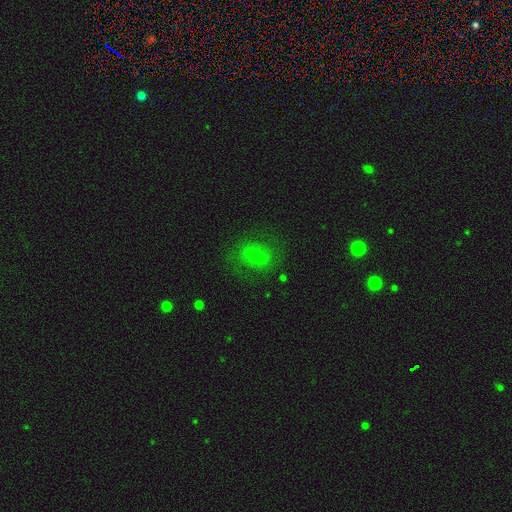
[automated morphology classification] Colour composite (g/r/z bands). It shows a smooth galaxy with no disk features (50%). Merging: none (74%).